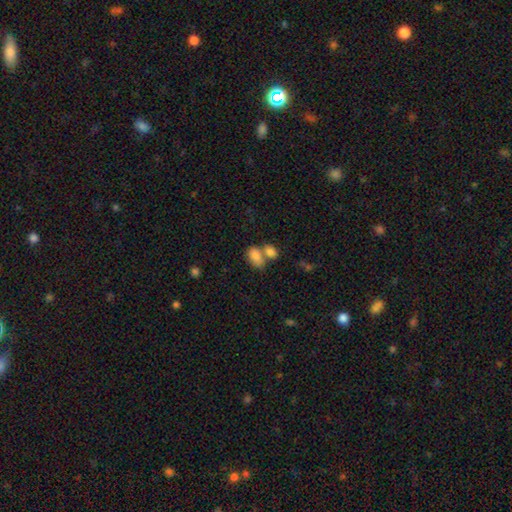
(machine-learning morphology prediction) smooth 83%, featured or disk 9%, star or artifact 8%. Down the decision tree: how rounded — in between (88%); merging — merger (52%).